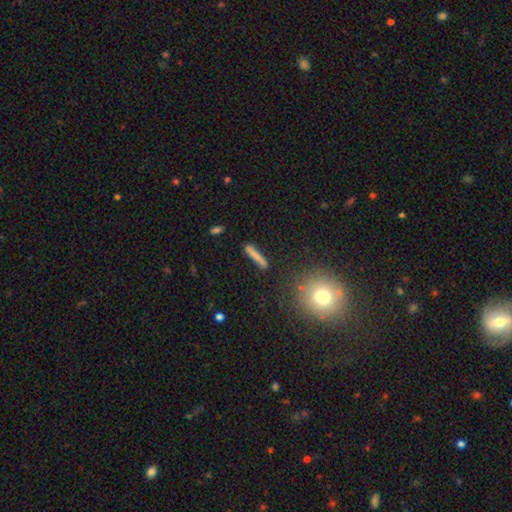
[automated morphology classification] Smooth or featured?
  - smooth: 74% *
  - featured or disk: 18%
  - star or artifact: 8%
How rounded?
  - cigar-shaped: 92% *
  - in between: 5%
  - round: 3%
Merging?
  - none: 84% *
  - minor disturbance: 10%
  - merger: 3%
  - major disturbance: 3%